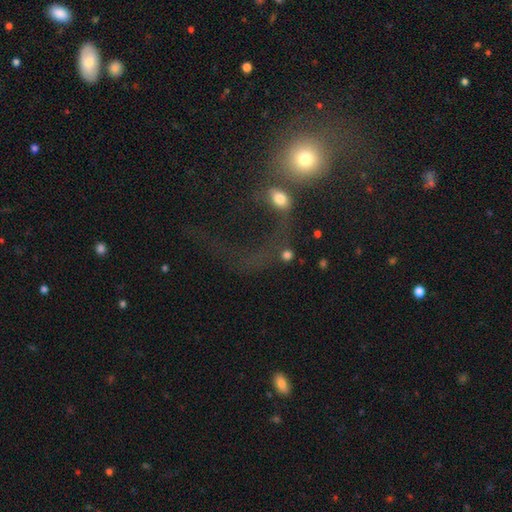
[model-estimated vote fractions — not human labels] smooth_or_featured: smooth (p=0.43) [alt: featured or disk p=0.32]
merging: major disturbance (p=0.33) [alt: merger p=0.32]